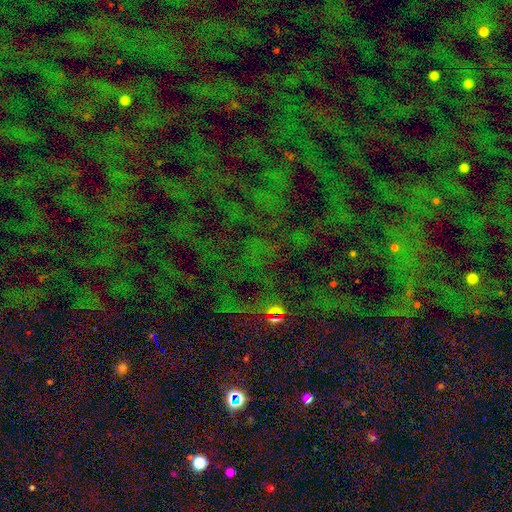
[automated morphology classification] Q: Smooth or featured?
A: star or artifact (75%); runner-up: smooth (15%)